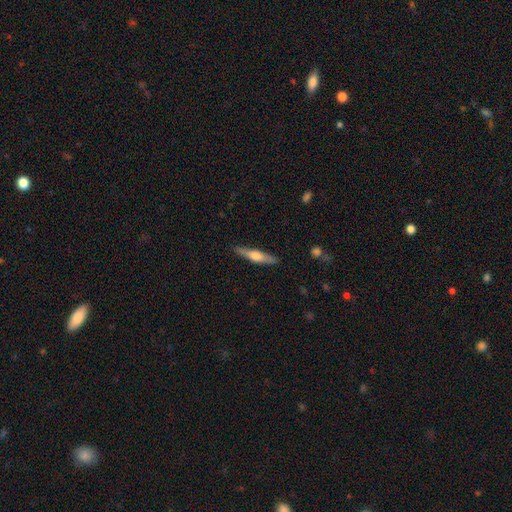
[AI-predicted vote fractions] This is possibly a featured or disk galaxy (58%). It is clearly viewed edge-on (96%). Edge-on bulge: clearly rounded (87%). Merging: clearly none (88%).